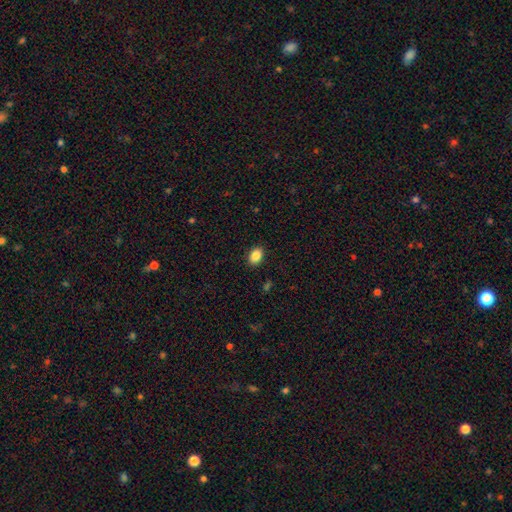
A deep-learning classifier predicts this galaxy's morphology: smooth-or-featured: smooth: 87% | star or artifact: 9% | featured or disk: 4%
  how-rounded: in between: 78% | round: 21% | cigar-shaped: 1%
  merging: none: 89% | minor disturbance: 8% | major disturbance: 2% | merger: 1%